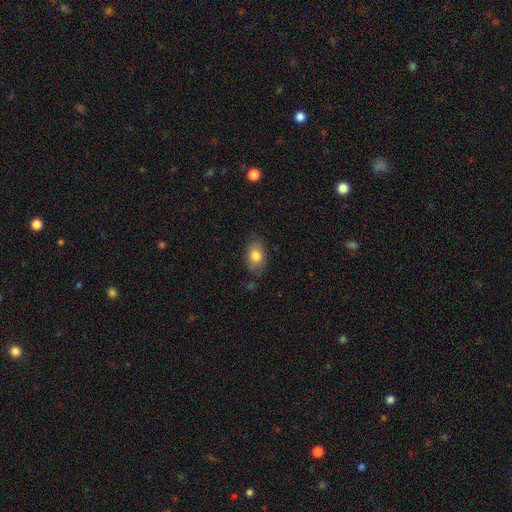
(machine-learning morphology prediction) type=smooth (80%); roundness=in between (81%); merging=none (76%).